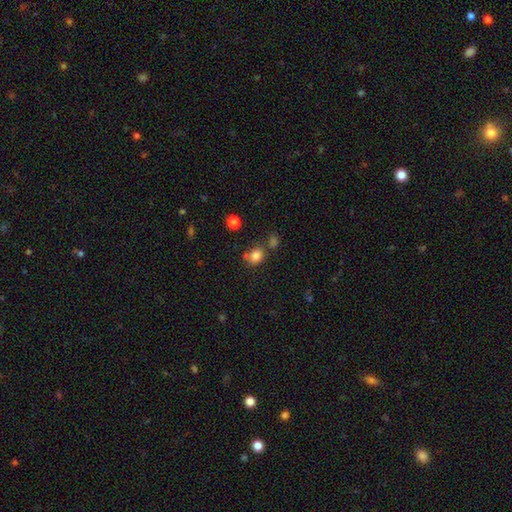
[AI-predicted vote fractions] A smooth galaxy with no disk features (81%) that is round (65%).

Vote fractions:
- Smooth or featured? smooth: 81% / star or artifact: 12% / featured or disk: 6%
- How rounded? round: 65% / in between: 34% / cigar-shaped: 1%
- Merging? none: 63% / minor disturbance: 17% / merger: 15% / major disturbance: 6%